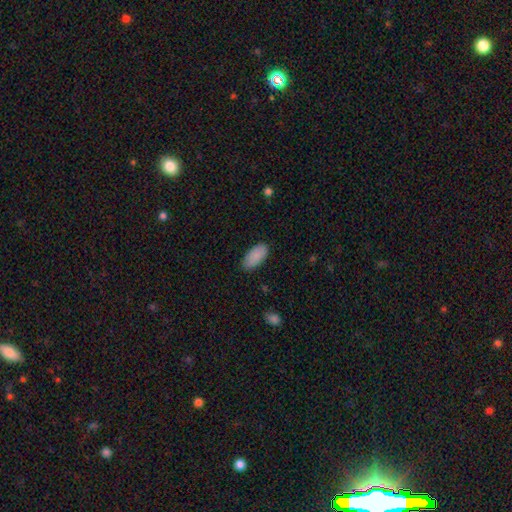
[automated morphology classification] Smooth or featured? Predicted: smooth (p=0.89). How rounded? Predicted: in between (p=0.92). Merging? Predicted: none (p=0.85).